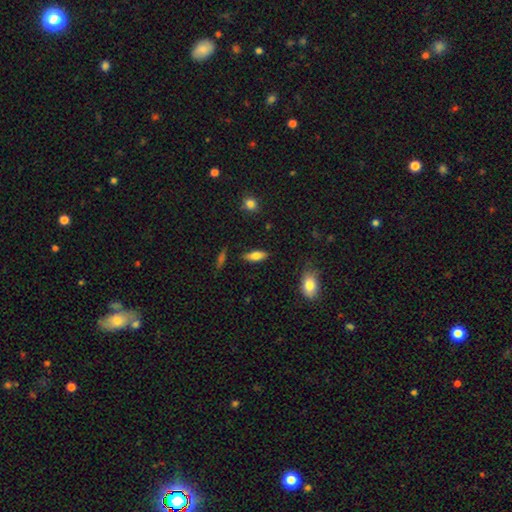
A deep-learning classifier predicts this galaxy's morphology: A smooth galaxy with no disk features (74%) that is in between round and cigar-shaped (73%).

Vote fractions:
- Smooth or featured? smooth: 74% / featured or disk: 19% / star or artifact: 7%
- How rounded? in between: 73% / cigar-shaped: 25% / round: 2%
- Merging? none: 84% / minor disturbance: 12% / major disturbance: 3% / merger: 2%